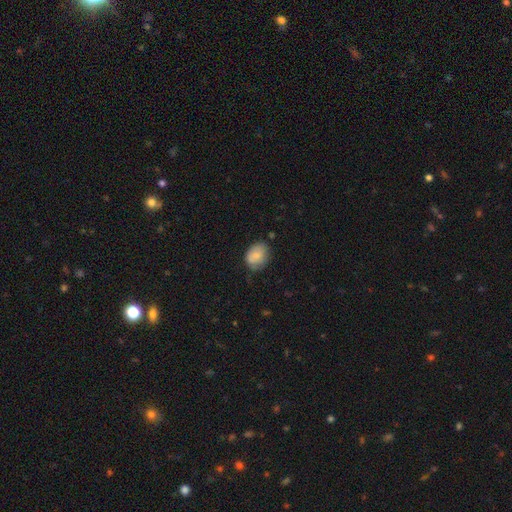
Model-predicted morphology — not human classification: A smooth galaxy with no disk features (83%) that is in between round and cigar-shaped (63%).

Vote fractions:
- Smooth or featured? smooth: 83% / featured or disk: 10% / star or artifact: 7%
- How rounded? in between: 63% / round: 36% / cigar-shaped: 1%
- Merging? none: 64% / minor disturbance: 28% / major disturbance: 6% / merger: 2%